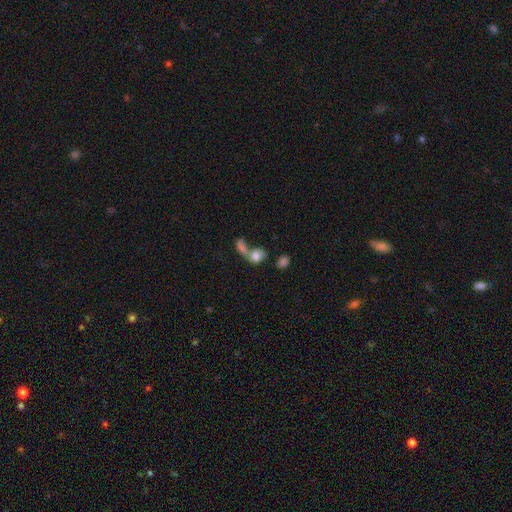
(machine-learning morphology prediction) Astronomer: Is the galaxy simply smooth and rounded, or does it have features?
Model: smooth — 72%.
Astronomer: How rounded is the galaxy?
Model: in between — 56% (runner-up: round, 40%).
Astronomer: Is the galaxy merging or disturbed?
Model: merger — 64%.